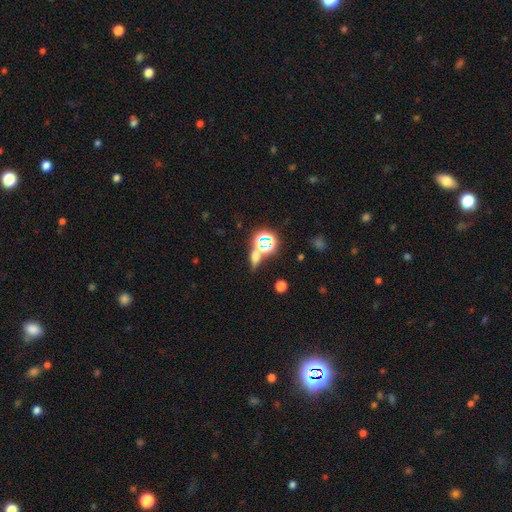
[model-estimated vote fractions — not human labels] This appears to be a smooth galaxy with no disk features (44%). Merging: none (60%).